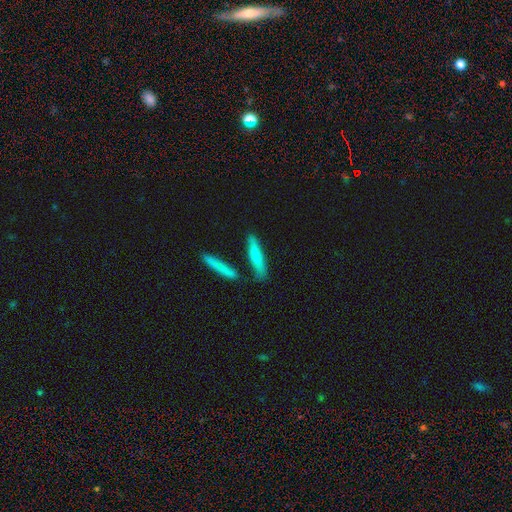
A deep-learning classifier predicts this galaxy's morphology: A smooth galaxy with no disk features (73%) that is cigar-shaped (85%).

Vote fractions:
- Smooth or featured? smooth: 73% / featured or disk: 21% / star or artifact: 6%
- How rounded? cigar-shaped: 85% / in between: 13% / round: 2%
- Merging? none: 74% / minor disturbance: 13% / merger: 9% / major disturbance: 3%